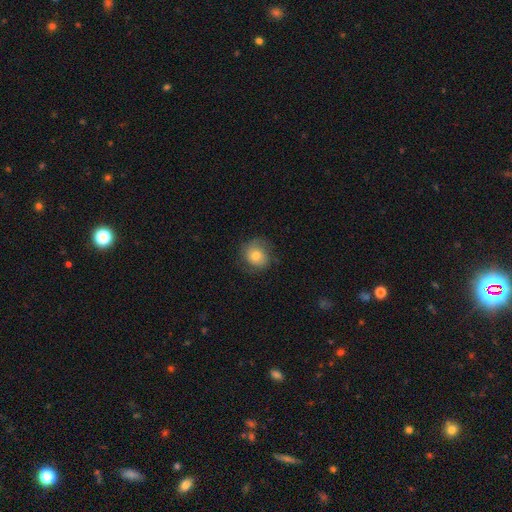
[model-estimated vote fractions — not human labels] Smooth or featured: smooth — 66% (featured or disk — 26%)
How rounded: round — 81% (in between — 18%)
Merging: none — 72% (minor disturbance — 19%)